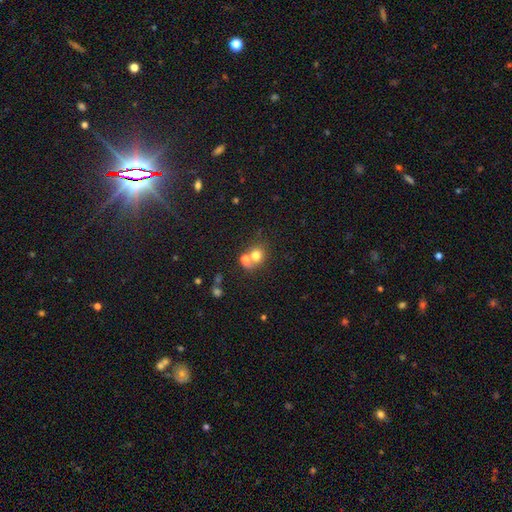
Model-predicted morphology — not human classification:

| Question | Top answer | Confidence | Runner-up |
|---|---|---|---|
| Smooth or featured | smooth | 73% | star or artifact (14%) |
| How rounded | round | 75% | in between (24%) |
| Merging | merger | 46% | none (43%) |